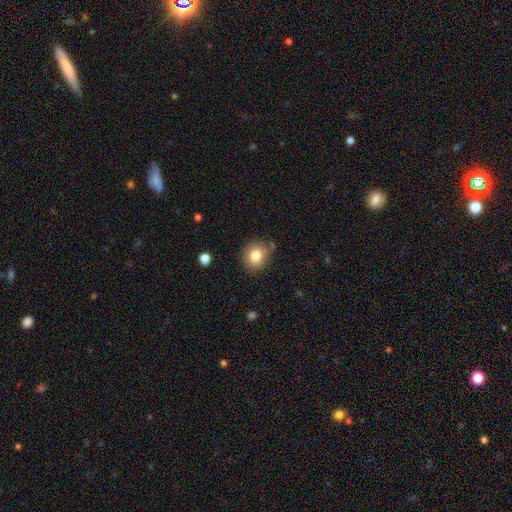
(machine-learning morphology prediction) smooth-or-featured: smooth: 81% | star or artifact: 10% | featured or disk: 9%
  how-rounded: round: 76% | in between: 23% | cigar-shaped: 1%
  merging: none: 79% | minor disturbance: 14% | major disturbance: 4% | merger: 3%